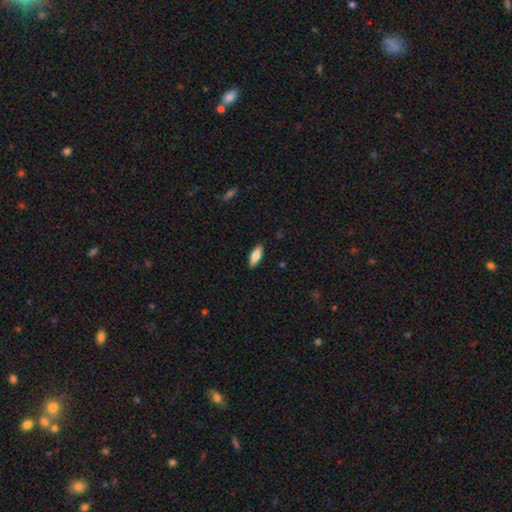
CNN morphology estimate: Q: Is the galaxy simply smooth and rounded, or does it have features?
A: smooth — 77%.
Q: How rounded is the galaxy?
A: in between — 69%.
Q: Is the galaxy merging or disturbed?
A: none — 88%.